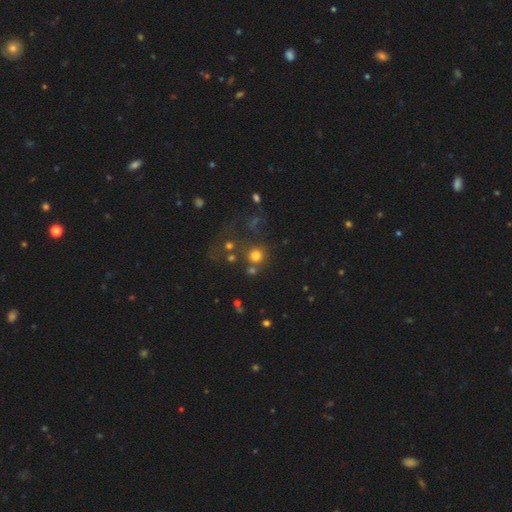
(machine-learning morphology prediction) This appears to be a smooth galaxy with no disk features (74%) that is round (92%). Merging: none (70%).